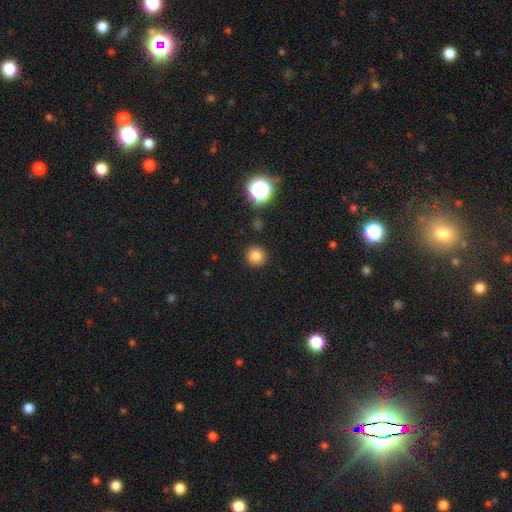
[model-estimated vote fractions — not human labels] Smooth or featured? Predicted: smooth (p=0.82). How rounded? Predicted: round (p=0.93). Merging? Predicted: none (p=0.90).